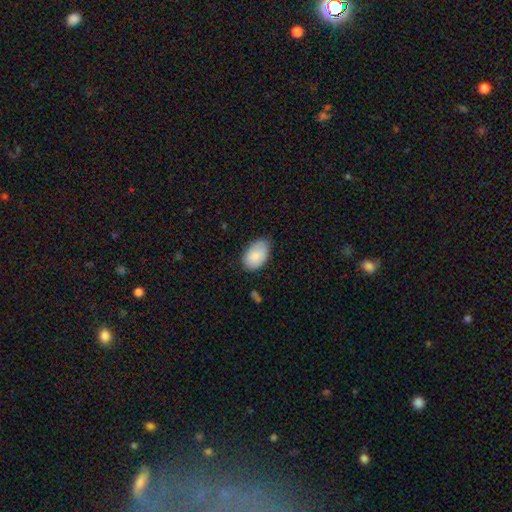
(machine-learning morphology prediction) The model was most divided on "merging": none: 71%, minor disturbance: 24%, major disturbance: 4%, merger: 1%. More confident: how rounded — in between (91%); smooth or featured — smooth (84%).